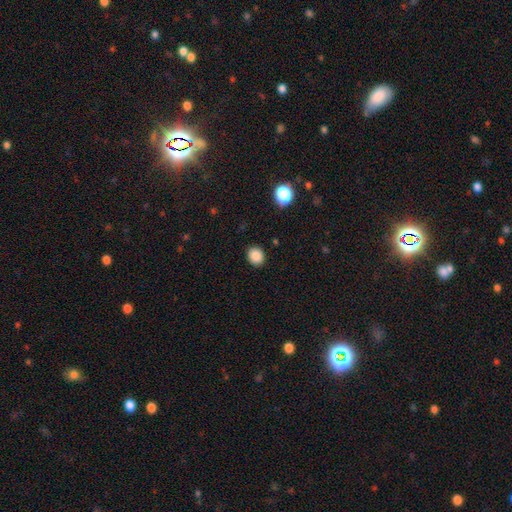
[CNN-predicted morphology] Smooth or featured?
  - smooth: 87% *
  - star or artifact: 10%
  - featured or disk: 3%
How rounded?
  - round: 69% *
  - in between: 30%
  - cigar-shaped: 1%
Merging?
  - none: 90% *
  - minor disturbance: 7%
  - major disturbance: 2%
  - merger: 1%